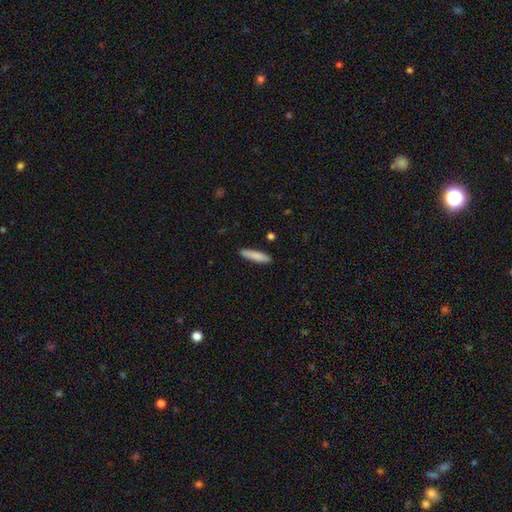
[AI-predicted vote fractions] The model was most divided on "how rounded": cigar-shaped: 82%, in between: 16%, round: 1%. More confident: merging — none (87%); smooth or featured — smooth (84%).